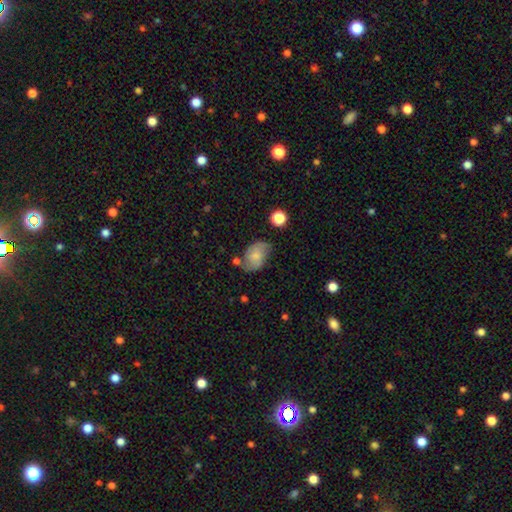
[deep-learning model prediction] A smooth galaxy with no disk features (51%) that is in between round and cigar-shaped (82%). Merging: none (56%).